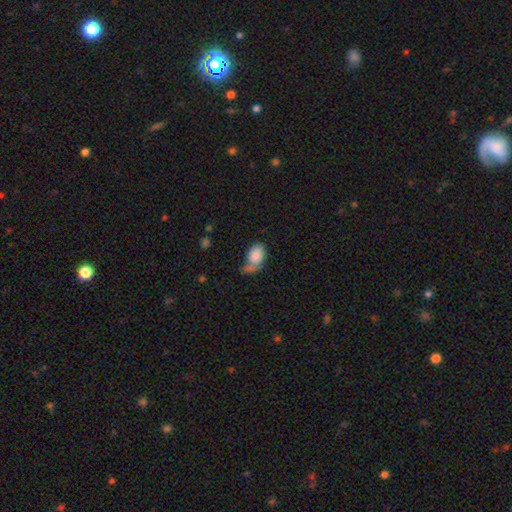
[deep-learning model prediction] Smooth or featured? smooth (84%)
How rounded? in between (85%)
Merging? none (36%)